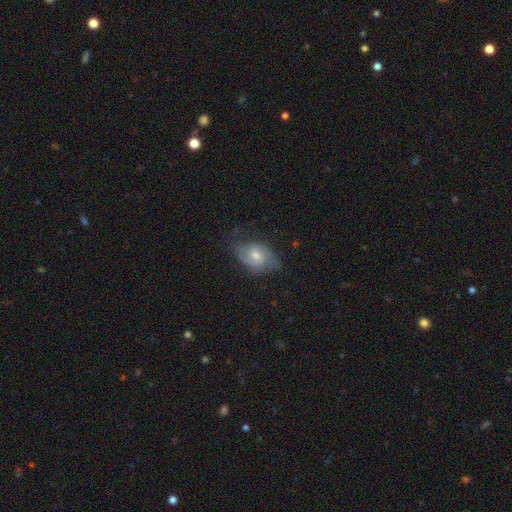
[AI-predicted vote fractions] Q: Smooth or featured?
A: featured or disk (47%); runner-up: smooth (46%)
Q: Merging?
A: none (56%); runner-up: minor disturbance (30%)